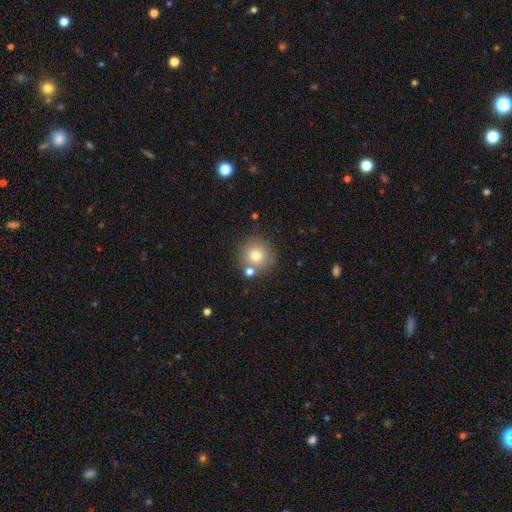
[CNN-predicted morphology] Q: Smooth or featured?
A: smooth (77%); runner-up: featured or disk (12%)
Q: How rounded?
A: round (93%); runner-up: in between (6%)
Q: Merging?
A: none (74%); runner-up: merger (13%)